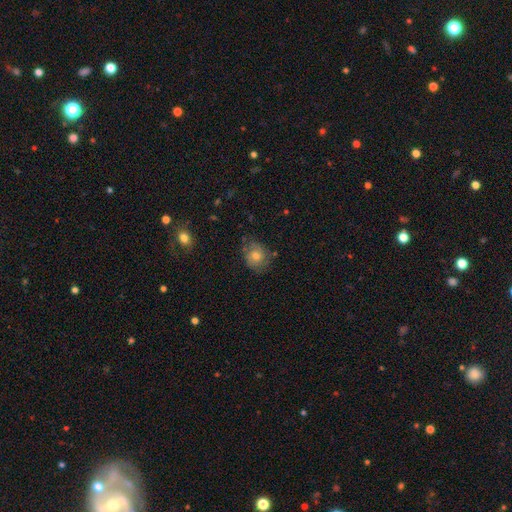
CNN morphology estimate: This is possibly a smooth galaxy (56%). How rounded: likely round (72%). Merging: likely none (70%).